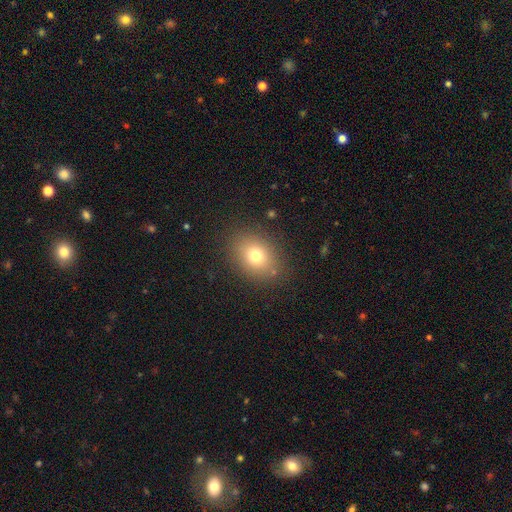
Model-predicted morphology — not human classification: Smooth or featured? smooth (75%)
How rounded? in between (58%)
Merging? none (84%)